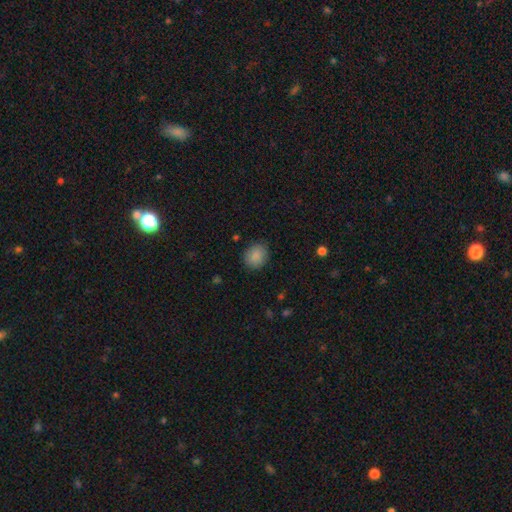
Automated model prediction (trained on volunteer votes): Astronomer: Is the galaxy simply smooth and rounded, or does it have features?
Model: smooth — 88%.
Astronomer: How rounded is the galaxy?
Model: round — 69%.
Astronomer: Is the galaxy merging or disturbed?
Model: none — 87%.